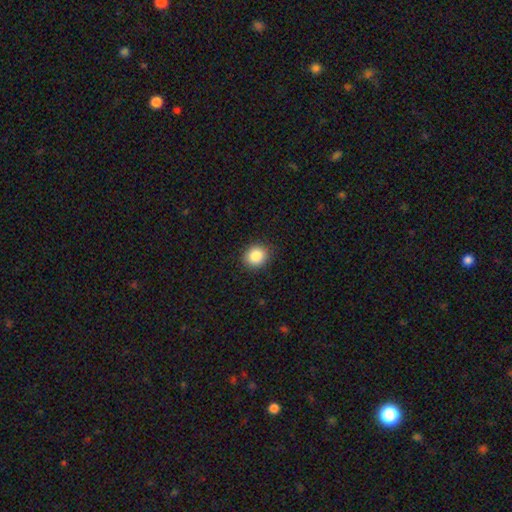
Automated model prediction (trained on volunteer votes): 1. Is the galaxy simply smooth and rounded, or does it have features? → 86% smooth, 9% star or artifact, 5% featured or disk.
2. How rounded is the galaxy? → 76% round, 24% in between, 1% cigar-shaped.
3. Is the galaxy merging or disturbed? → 89% none, 8% minor disturbance, 2% major disturbance, 1% merger.